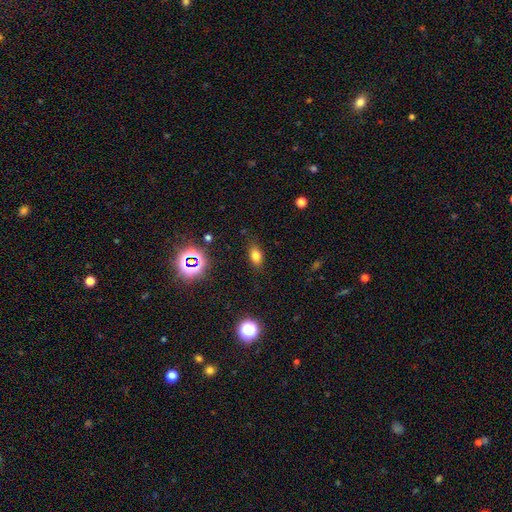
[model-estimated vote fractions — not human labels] smooth-or-featured: smooth: 73% | star or artifact: 17% | featured or disk: 10%
  how-rounded: in between: 80% | round: 14% | cigar-shaped: 5%
  merging: none: 85% | minor disturbance: 11% | major disturbance: 3% | merger: 1%